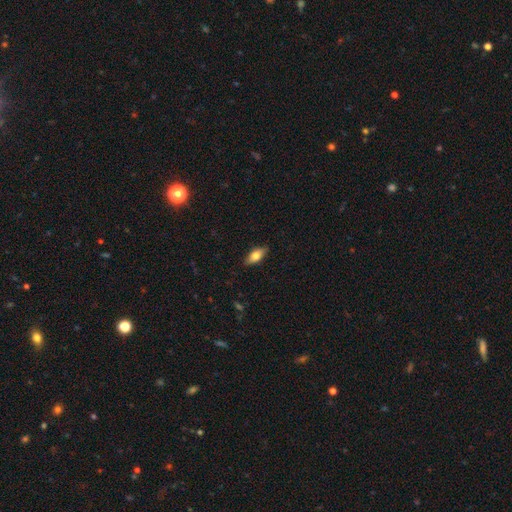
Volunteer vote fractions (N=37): Morphology: type=smooth (59%); roundness=in between (82%); merging=none (81%).